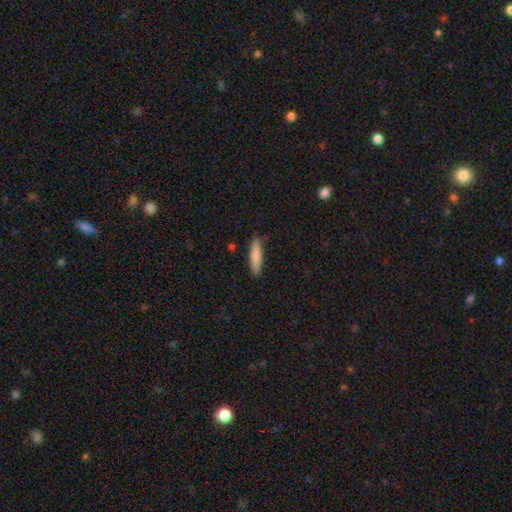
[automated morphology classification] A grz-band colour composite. It shows a smooth galaxy with no disk features (84%) that is cigar-shaped (80%). Merging: none (85%).